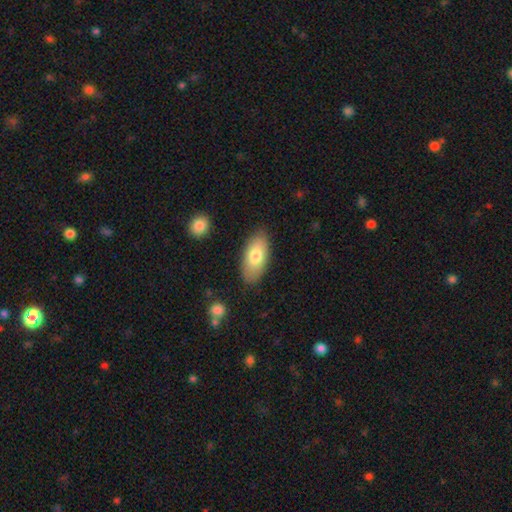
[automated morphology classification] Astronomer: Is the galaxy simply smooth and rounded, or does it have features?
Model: smooth — 77%.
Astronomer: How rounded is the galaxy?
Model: in between — 91%.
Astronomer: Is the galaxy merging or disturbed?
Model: none — 84%.